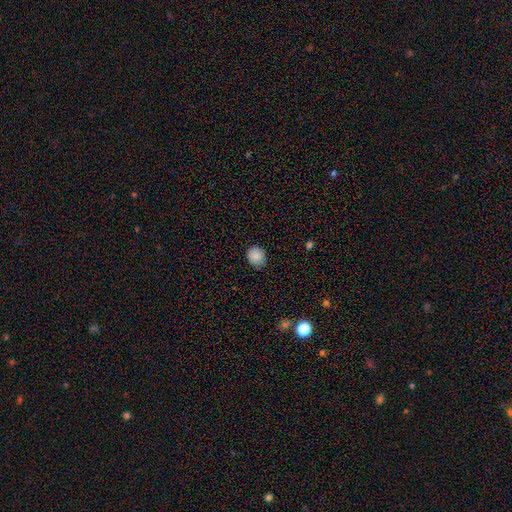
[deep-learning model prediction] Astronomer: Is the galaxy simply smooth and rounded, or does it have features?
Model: smooth — 87%.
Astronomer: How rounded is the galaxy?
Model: round — 80%.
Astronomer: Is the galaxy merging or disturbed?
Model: none — 80%.